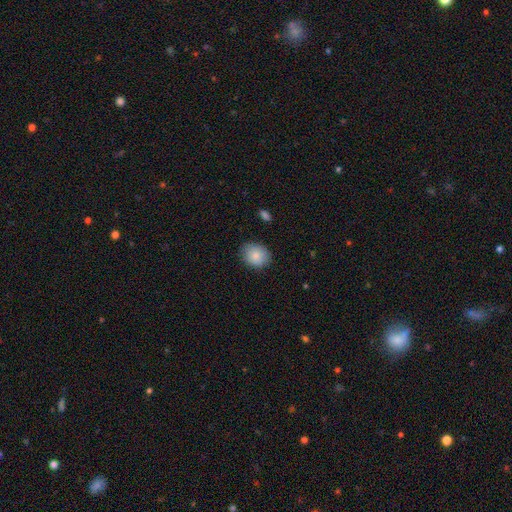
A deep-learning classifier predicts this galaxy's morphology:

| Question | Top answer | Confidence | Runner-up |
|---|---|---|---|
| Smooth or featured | smooth | 86% | star or artifact (8%) |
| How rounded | round | 60% | in between (39%) |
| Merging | none | 81% | minor disturbance (15%) |